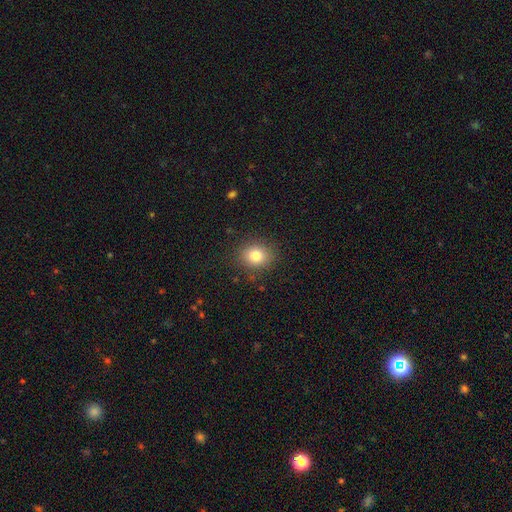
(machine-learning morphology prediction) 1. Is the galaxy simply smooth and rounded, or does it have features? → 80% smooth, 12% star or artifact, 8% featured or disk.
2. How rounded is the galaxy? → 66% round, 33% in between, 1% cigar-shaped.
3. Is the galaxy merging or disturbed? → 87% none, 9% minor disturbance, 3% major disturbance, 1% merger.